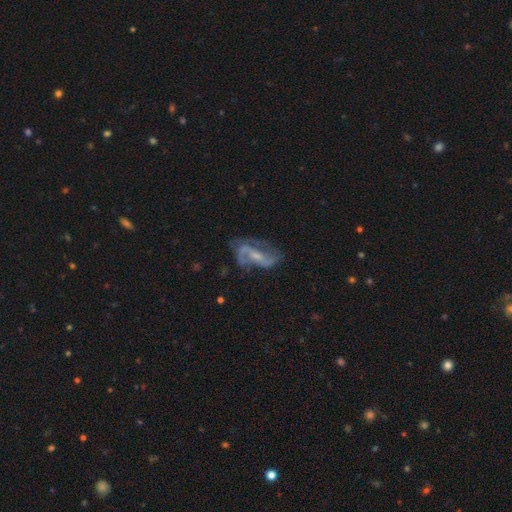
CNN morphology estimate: featured or disk 80%, smooth 12%, star or artifact 8%. Down the decision tree: edge-on disk — no (95%); bar — weak (41%); spiral arms — yes (89%); spiral arm count — 2 (77%); spiral winding — loose (47%); bulge size — small (56%); merging — none (55%).